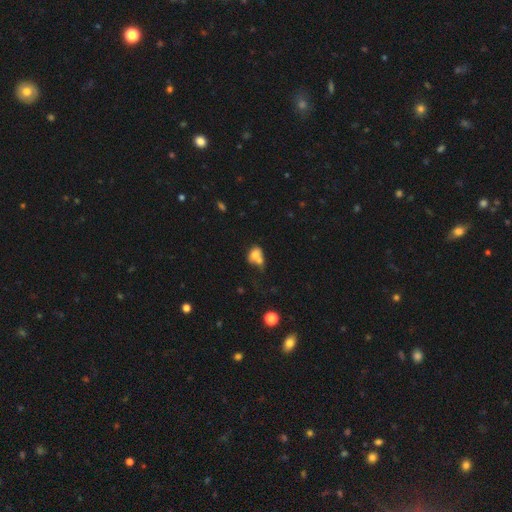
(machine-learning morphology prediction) Smooth or featured: smooth — 70% (featured or disk — 18%)
How rounded: in between — 58% (round — 40%)
Merging: merger — 57% (none — 24%)